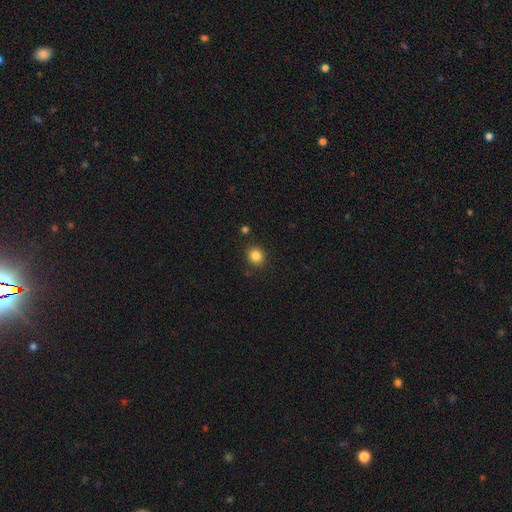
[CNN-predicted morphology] The model was most divided on "how rounded": round: 83%, in between: 17%, cigar-shaped: 1%. More confident: merging — none (87%); smooth or featured — smooth (84%).